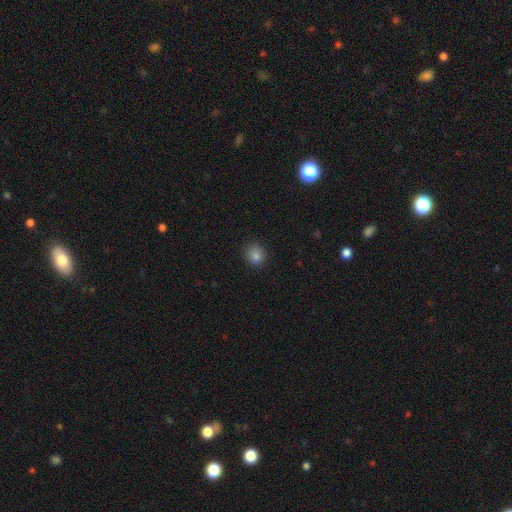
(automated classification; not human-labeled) smooth 82%, star or artifact 13%, featured or disk 5%. Down the decision tree: how rounded — round (85%); merging — none (87%).